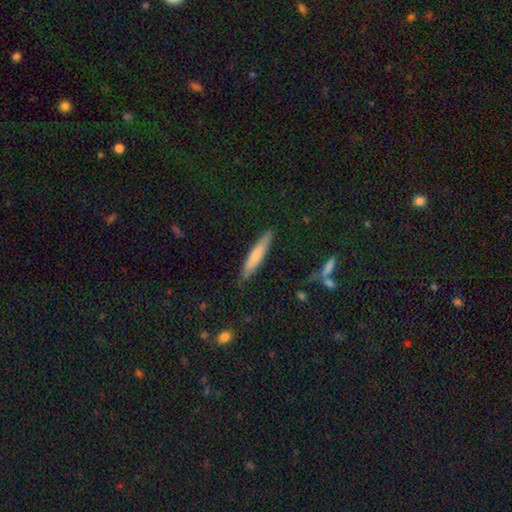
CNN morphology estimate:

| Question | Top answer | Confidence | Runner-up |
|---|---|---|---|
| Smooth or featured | smooth | 67% | featured or disk (28%) |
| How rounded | cigar-shaped | 89% | in between (9%) |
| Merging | none | 85% | minor disturbance (12%) |